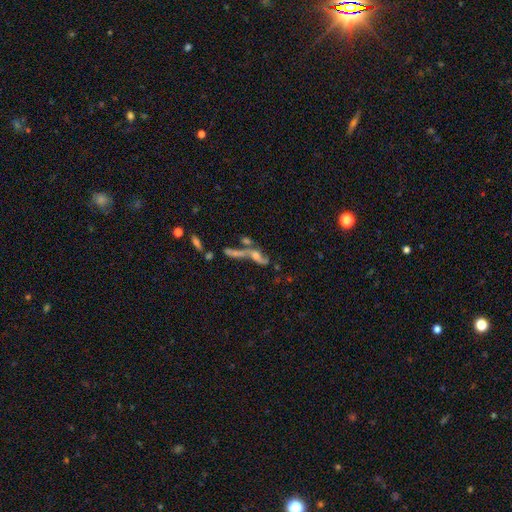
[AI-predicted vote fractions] This appears to be a featured or disk galaxy (39%). Merging: none (40%).